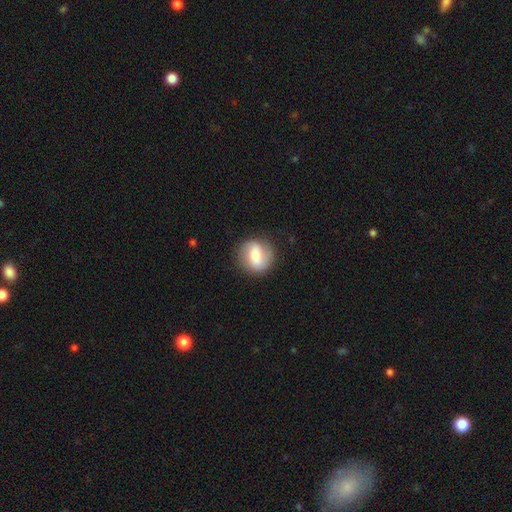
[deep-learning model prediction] Smooth or featured: smooth — 50% (featured or disk — 43%)
How rounded: round — 84% (in between — 15%)
Merging: none — 83% (minor disturbance — 12%)